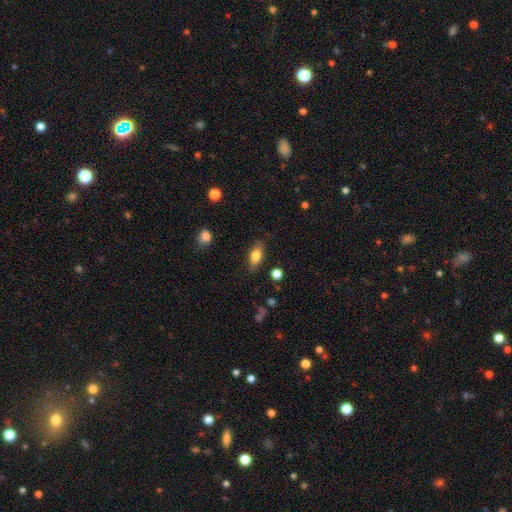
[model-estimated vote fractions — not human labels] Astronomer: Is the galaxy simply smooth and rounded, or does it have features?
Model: smooth — 76%.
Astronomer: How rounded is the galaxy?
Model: in between — 81%.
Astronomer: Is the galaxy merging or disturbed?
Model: none — 82%.